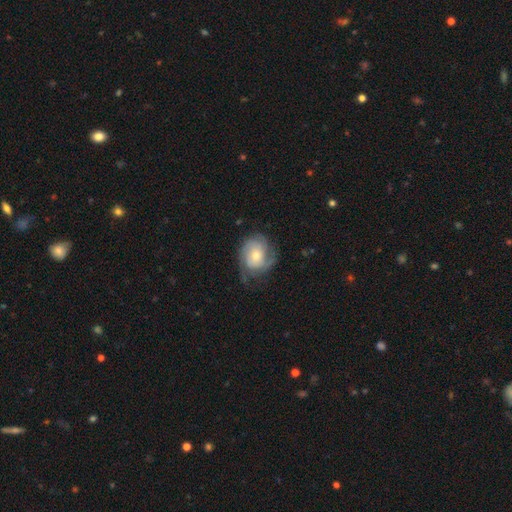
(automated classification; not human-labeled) Q: Smooth or featured?
A: featured or disk (70%); runner-up: smooth (24%)
Q: Edge-on disk?
A: no (97%); runner-up: yes (3%)
Q: Bar?
A: no (75%); runner-up: weak (21%)
Q: Spiral arms?
A: yes (90%); runner-up: no (10%)
Q: Spiral winding?
A: tight (50%); runner-up: medium (36%)
Q: Spiral arm count?
A: 2 (40%); runner-up: can't tell (27%)
Q: Bulge size?
A: moderate (53%); runner-up: small (37%)
Q: Merging?
A: none (58%); runner-up: minor disturbance (26%)